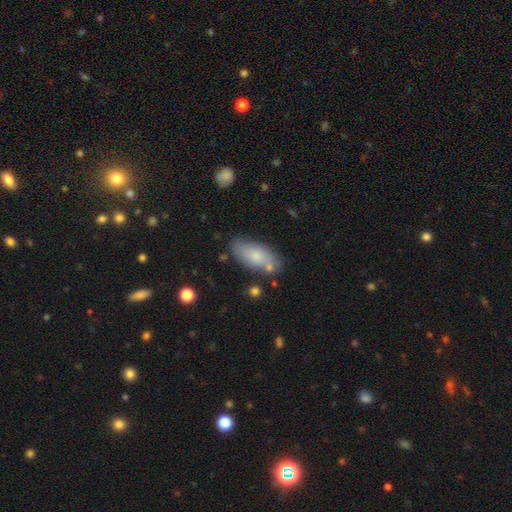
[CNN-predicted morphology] The model was most divided on "merging": none: 72%, minor disturbance: 17%, merger: 7%, major disturbance: 4%. More confident: how rounded — in between (87%); smooth or featured — smooth (76%).